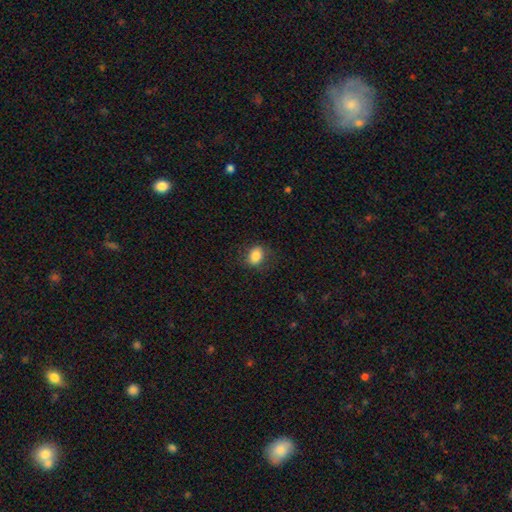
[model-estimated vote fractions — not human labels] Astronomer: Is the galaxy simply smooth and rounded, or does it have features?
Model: smooth — 84%.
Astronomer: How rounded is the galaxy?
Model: in between — 66%.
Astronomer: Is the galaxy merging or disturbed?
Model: none — 80%.